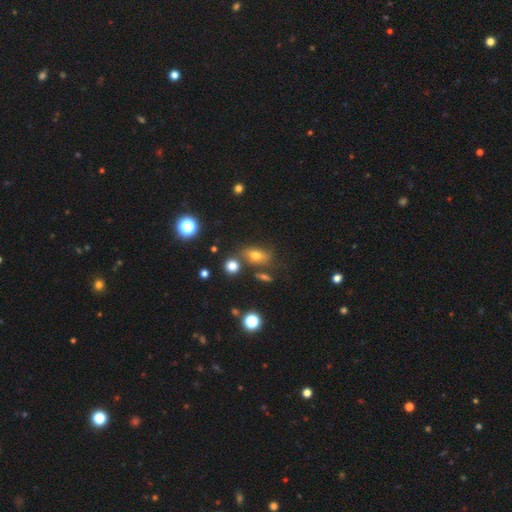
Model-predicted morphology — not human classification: Smooth or featured? smooth (66%)
How rounded? in between (74%)
Merging? none (64%)